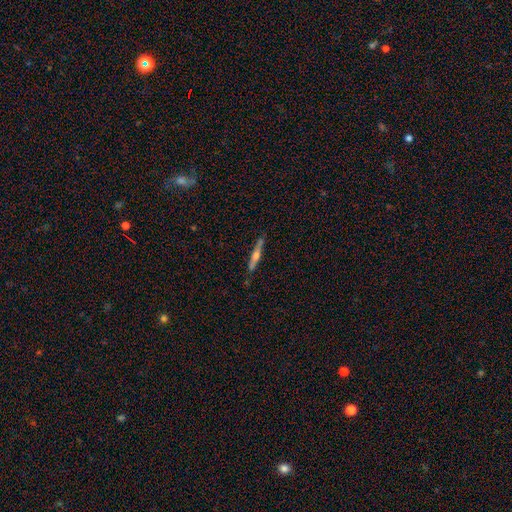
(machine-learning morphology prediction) Smooth or featured: featured or disk — 71% (smooth — 23%)
Edge-on disk: yes — 98% (no — 2%)
Edge-on bulge: rounded — 84% (boxy — 8%)
Merging: none — 87% (minor disturbance — 9%)